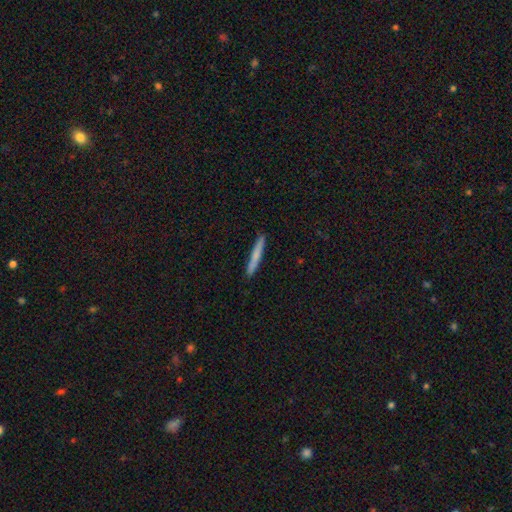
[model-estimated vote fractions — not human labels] Smooth or featured: smooth — 71% (featured or disk — 24%)
How rounded: cigar-shaped — 96% (in between — 3%)
Merging: none — 91% (minor disturbance — 6%)